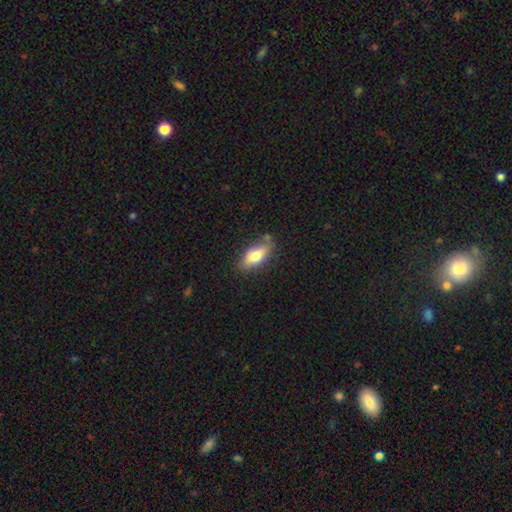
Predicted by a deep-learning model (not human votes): This appears to be a smooth galaxy with no disk features (71%) that is in between round and cigar-shaped (82%). Merging: none (73%).